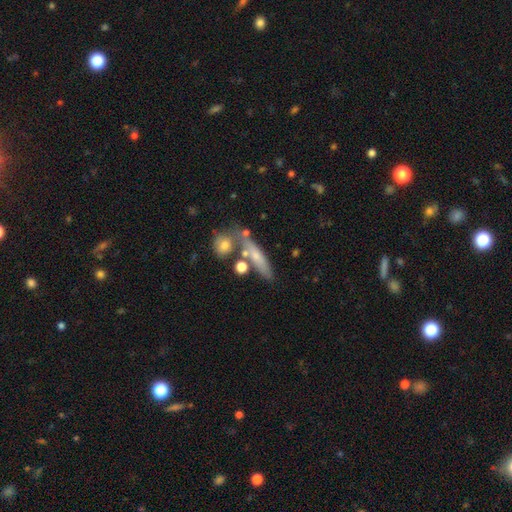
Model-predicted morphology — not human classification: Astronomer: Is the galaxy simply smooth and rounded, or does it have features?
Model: smooth — 63%.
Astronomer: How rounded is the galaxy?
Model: cigar-shaped — 69%.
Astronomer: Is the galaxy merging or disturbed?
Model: none — 59%.